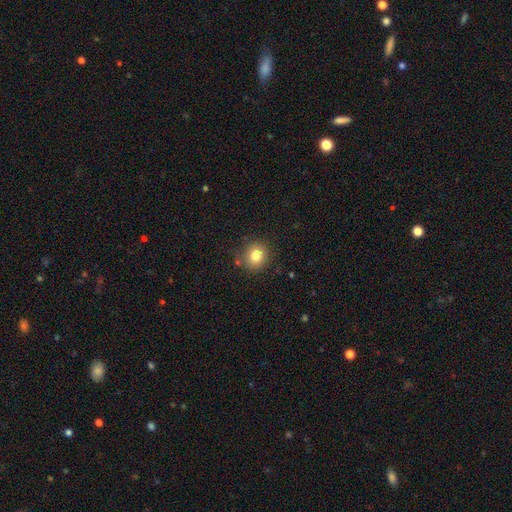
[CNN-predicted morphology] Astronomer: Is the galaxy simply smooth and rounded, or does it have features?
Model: smooth — 80%.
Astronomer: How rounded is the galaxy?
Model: round — 85%.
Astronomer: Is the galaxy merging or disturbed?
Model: none — 83%.